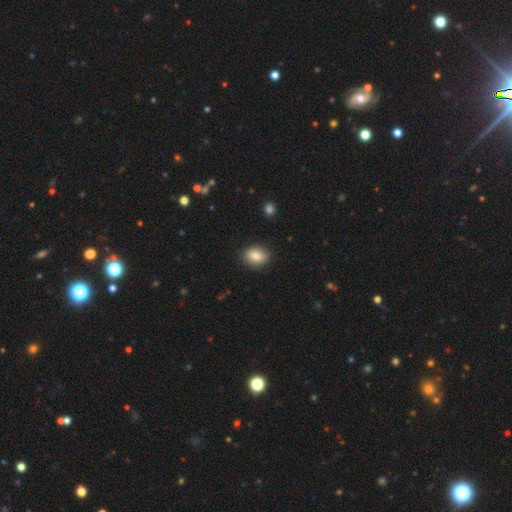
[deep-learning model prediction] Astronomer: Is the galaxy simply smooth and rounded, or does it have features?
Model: smooth — 83%.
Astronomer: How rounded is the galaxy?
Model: in between — 63%.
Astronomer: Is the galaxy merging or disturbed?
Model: none — 87%.